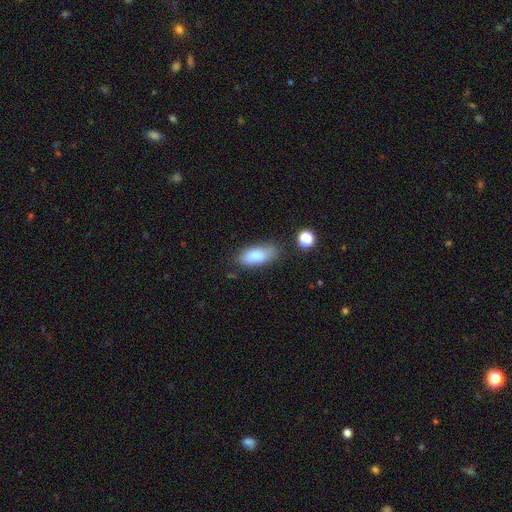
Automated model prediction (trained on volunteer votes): A smooth galaxy with no disk features (83%) that is in between round and cigar-shaped (85%).

Vote fractions:
- Smooth or featured? smooth: 83% / featured or disk: 10% / star or artifact: 8%
- How rounded? in between: 85% / cigar-shaped: 12% / round: 3%
- Merging? none: 67% / minor disturbance: 22% / major disturbance: 6% / merger: 5%